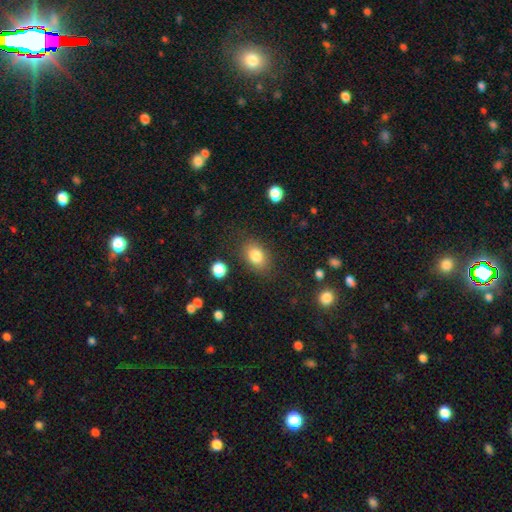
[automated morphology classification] A smooth galaxy with no disk features (82%) that is in between round and cigar-shaped (76%).

Vote fractions:
- Smooth or featured? smooth: 82% / star or artifact: 9% / featured or disk: 8%
- How rounded? in between: 76% / round: 23% / cigar-shaped: 1%
- Merging? none: 81% / minor disturbance: 13% / major disturbance: 5% / merger: 2%